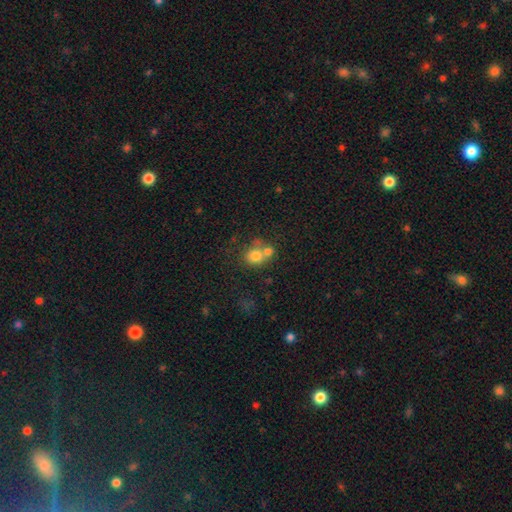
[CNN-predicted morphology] This appears to be a smooth galaxy with no disk features (75%) that is round (78%). Merging: merger (51%).